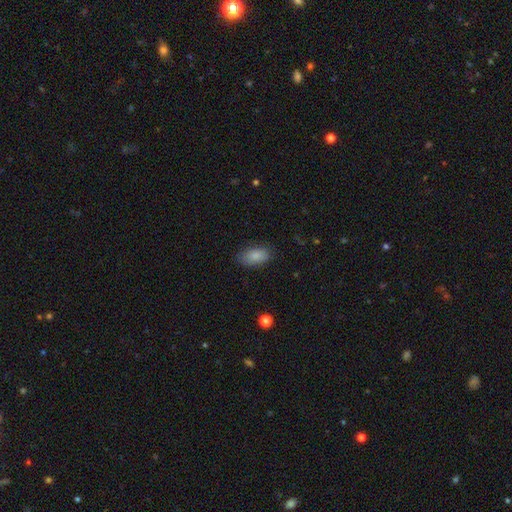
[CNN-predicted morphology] This appears to be a smooth galaxy with no disk features (86%) that is in between round and cigar-shaped (93%). Merging: none (81%).